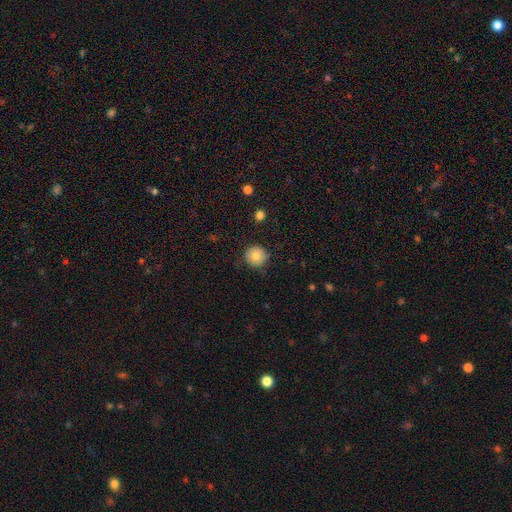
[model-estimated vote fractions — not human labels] smooth-or-featured: smooth: 79% | featured or disk: 12% | star or artifact: 9%
  how-rounded: round: 95% | in between: 4% | cigar-shaped: 1%
  merging: none: 86% | minor disturbance: 10% | major disturbance: 2% | merger: 1%